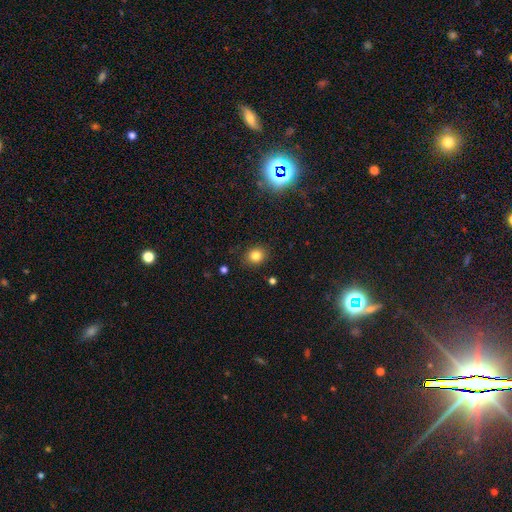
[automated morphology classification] This appears to be a smooth galaxy with no disk features (82%) that is round (70%). Merging: none (87%).